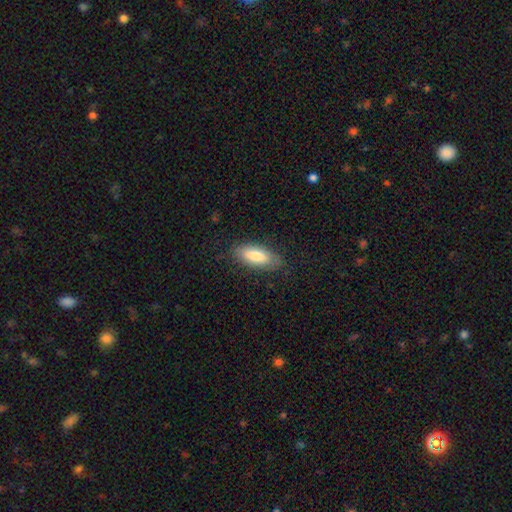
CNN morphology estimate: Smooth or featured? Predicted: smooth (p=0.78). How rounded? Predicted: in between (p=0.71). Merging? Predicted: none (p=0.83).